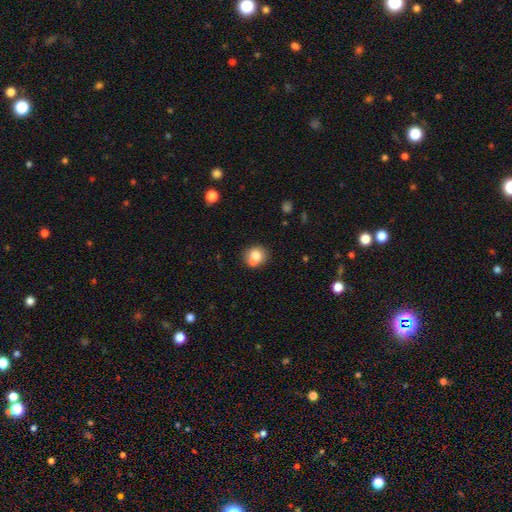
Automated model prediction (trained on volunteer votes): A smooth galaxy with no disk features (74%) that is round (78%).

Vote fractions:
- Smooth or featured? smooth: 74% / featured or disk: 16% / star or artifact: 10%
- How rounded? round: 78% / in between: 21% / cigar-shaped: 1%
- Merging? none: 50% / merger: 37% / minor disturbance: 10% / major disturbance: 3%